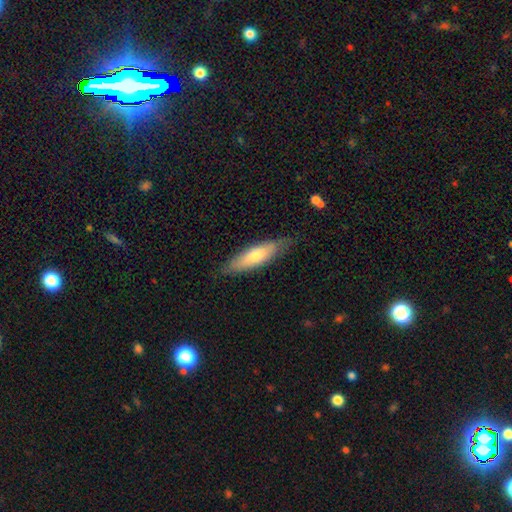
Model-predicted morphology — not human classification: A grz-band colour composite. It shows a smooth galaxy with no disk features (63%) that is cigar-shaped (58%). Merging: none (78%).